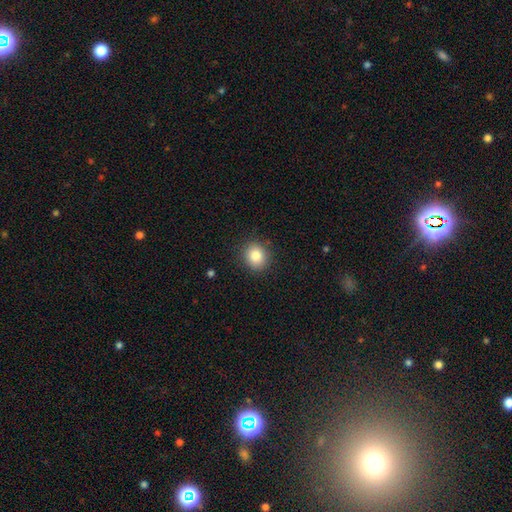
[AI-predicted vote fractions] Q: Smooth or featured?
A: smooth (84%); runner-up: star or artifact (10%)
Q: How rounded?
A: round (79%); runner-up: in between (20%)
Q: Merging?
A: none (88%); runner-up: minor disturbance (8%)